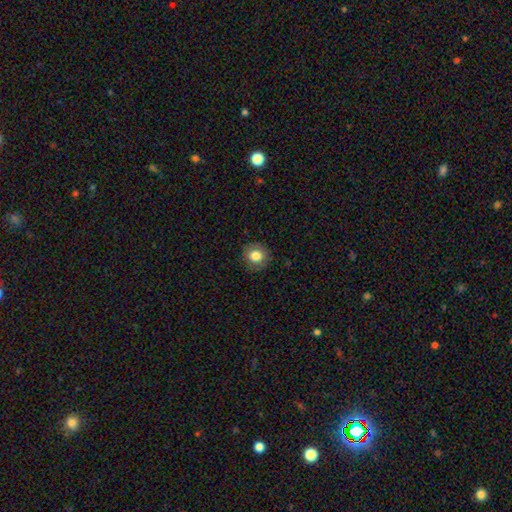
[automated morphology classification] smooth-or-featured: smooth: 81% | featured or disk: 10% | star or artifact: 9%
  how-rounded: round: 89% | in between: 10% | cigar-shaped: 1%
  merging: none: 88% | minor disturbance: 9% | major disturbance: 3% | merger: 1%